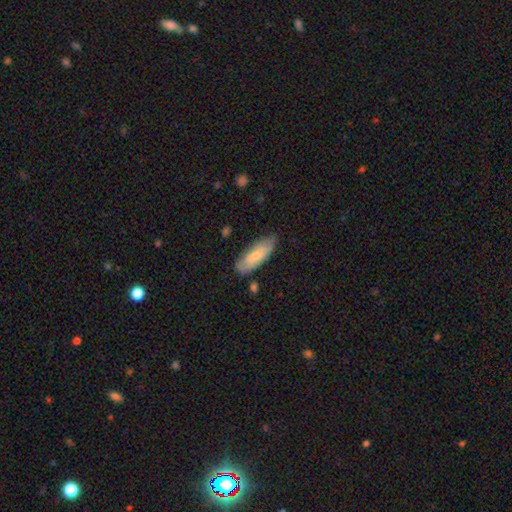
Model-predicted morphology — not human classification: A smooth galaxy with no disk features (69%) that is in between round and cigar-shaped (73%).

Vote fractions:
- Smooth or featured? smooth: 69% / featured or disk: 25% / star or artifact: 6%
- How rounded? in between: 73% / cigar-shaped: 26% / round: 2%
- Merging? none: 73% / minor disturbance: 21% / major disturbance: 4% / merger: 2%